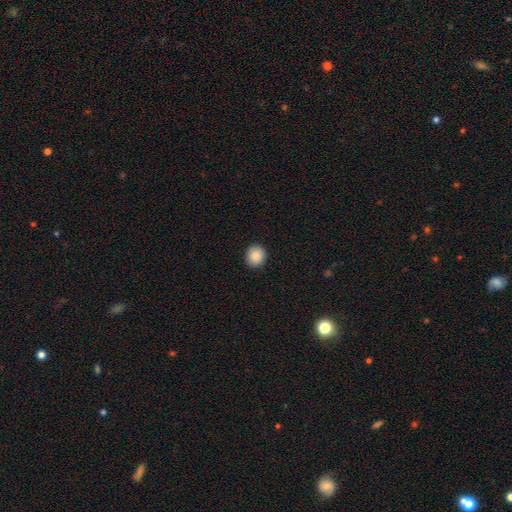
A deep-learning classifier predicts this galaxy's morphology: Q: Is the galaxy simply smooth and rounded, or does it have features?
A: smooth — 88%.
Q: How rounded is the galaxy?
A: round — 89%.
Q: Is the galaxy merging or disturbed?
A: none — 92%.